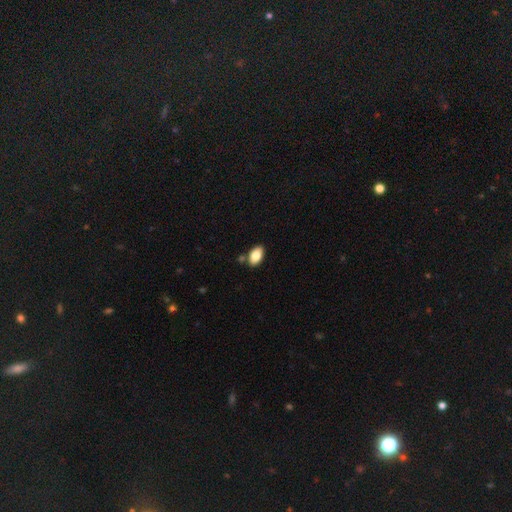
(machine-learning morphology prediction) Smooth or featured? Predicted: smooth (p=0.83). How rounded? Predicted: in between (p=0.93). Merging? Predicted: none (p=0.82).